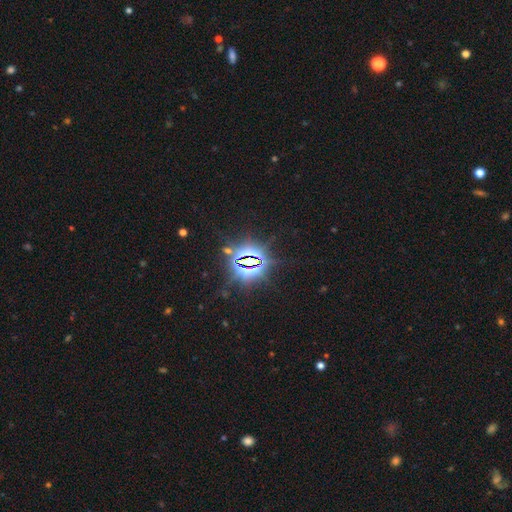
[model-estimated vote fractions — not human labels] Overall: star or artifact (85%).